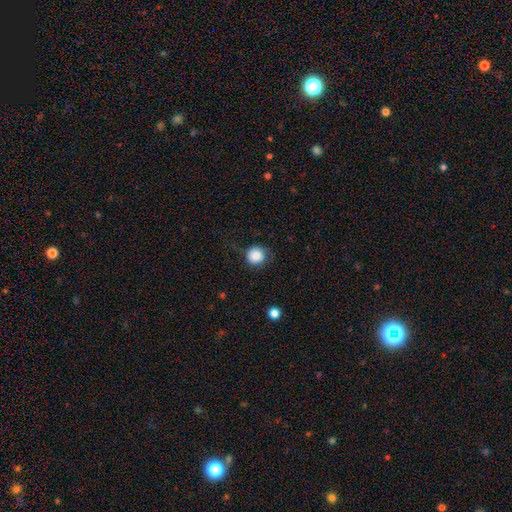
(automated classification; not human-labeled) Q: Smooth or featured?
A: smooth (84%); runner-up: star or artifact (9%)
Q: How rounded?
A: round (91%); runner-up: in between (8%)
Q: Merging?
A: none (68%); runner-up: minor disturbance (21%)